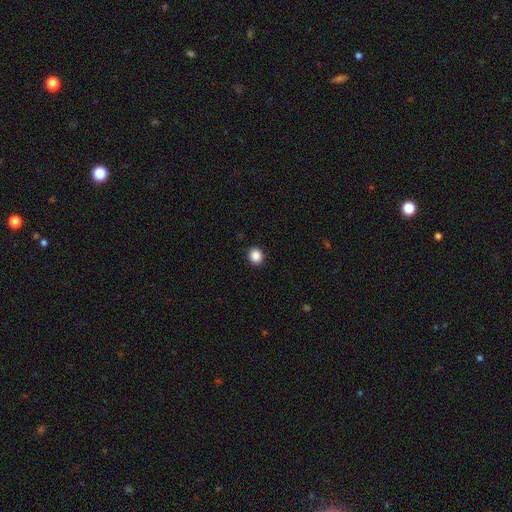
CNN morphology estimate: smooth 88%, star or artifact 9%, featured or disk 3%. Down the decision tree: how rounded — round (79%); merging — none (92%).